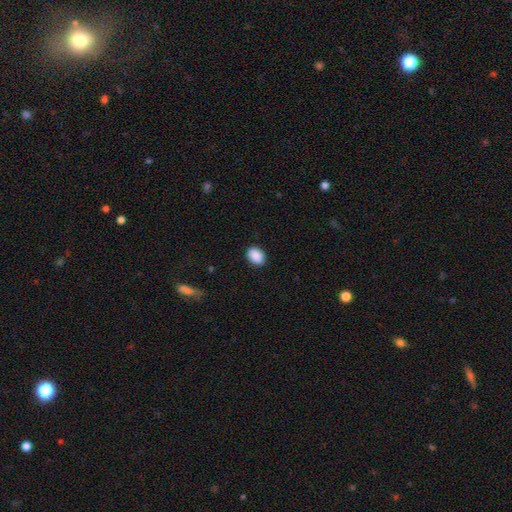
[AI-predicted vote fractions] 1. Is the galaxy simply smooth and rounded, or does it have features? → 90% smooth, 7% star or artifact, 2% featured or disk.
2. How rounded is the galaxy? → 74% in between, 25% round, 1% cigar-shaped.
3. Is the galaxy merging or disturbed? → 89% none, 8% minor disturbance, 2% major disturbance, 1% merger.